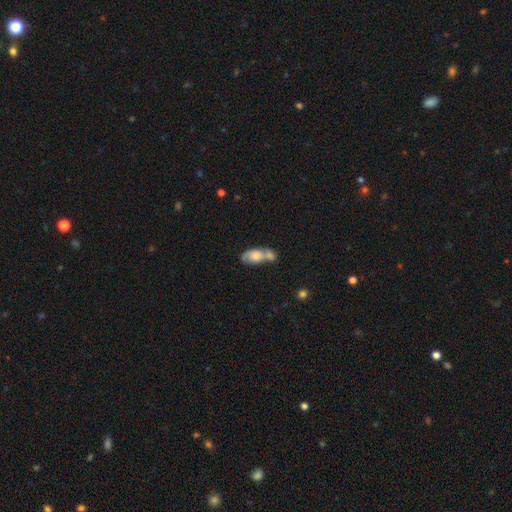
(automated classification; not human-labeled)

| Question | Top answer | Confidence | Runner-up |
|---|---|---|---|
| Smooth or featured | smooth | 62% | featured or disk (30%) |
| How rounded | in between | 82% | round (10%) |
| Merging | merger | 60% | none (20%) |